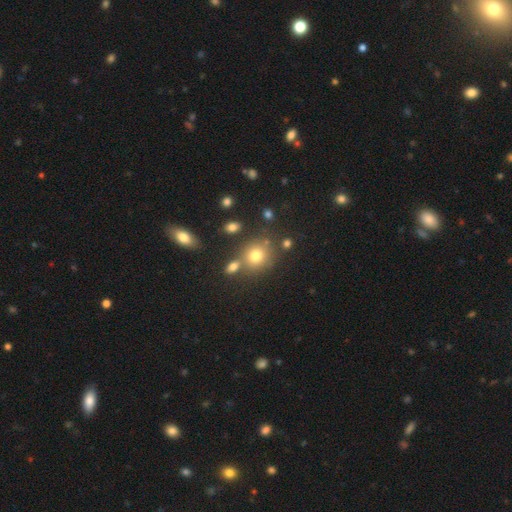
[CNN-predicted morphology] Smooth or featured? smooth (75%)
How rounded? round (81%)
Merging? none (66%)